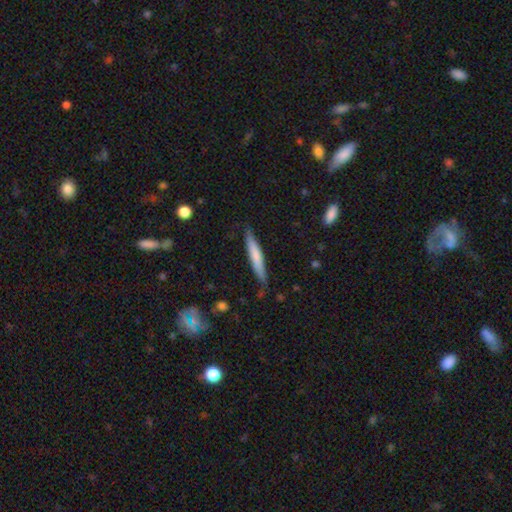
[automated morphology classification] type=smooth (65%); roundness=cigar-shaped (93%); merging=none (81%).